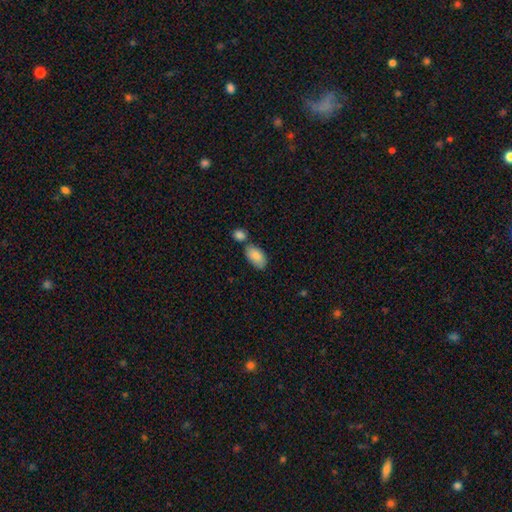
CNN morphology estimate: Q: Smooth or featured?
A: smooth (86%); runner-up: featured or disk (7%)
Q: How rounded?
A: in between (93%); runner-up: round (4%)
Q: Merging?
A: none (55%); runner-up: merger (24%)